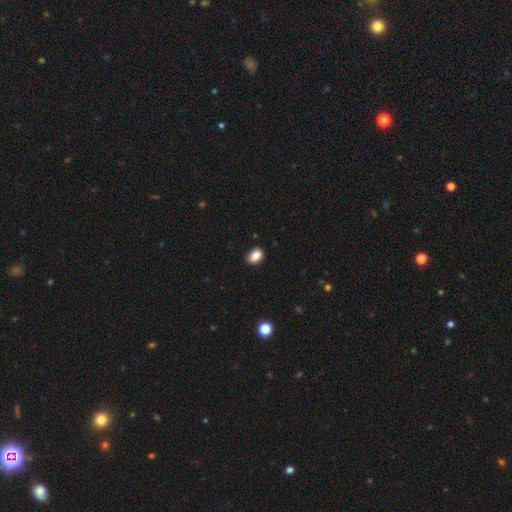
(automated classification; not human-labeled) smooth_or_featured: smooth (p=0.87) [alt: star or artifact p=0.09]
how_rounded: in between (p=0.77) [alt: round p=0.22]
merging: none (p=0.84) [alt: minor disturbance p=0.12]